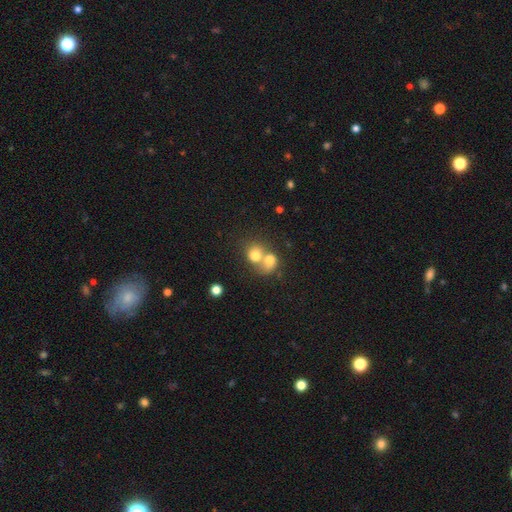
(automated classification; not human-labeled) smooth_or_featured: smooth (p=0.73) [alt: featured or disk p=0.17]
how_rounded: round (p=0.69) [alt: in between p=0.31]
merging: merger (p=0.69) [alt: none p=0.22]